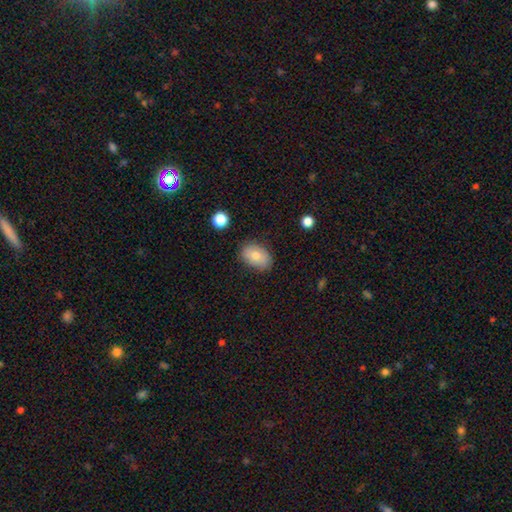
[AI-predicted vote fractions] Smooth or featured? smooth (77%)
How rounded? in between (83%)
Merging? none (80%)